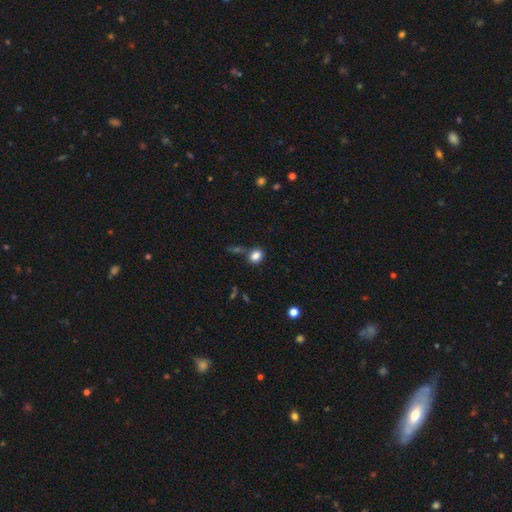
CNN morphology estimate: smooth_or_featured: smooth (p=0.84) [alt: star or artifact p=0.11]
how_rounded: in between (p=0.53) [alt: round p=0.46]
merging: none (p=0.69) [alt: minor disturbance p=0.14]